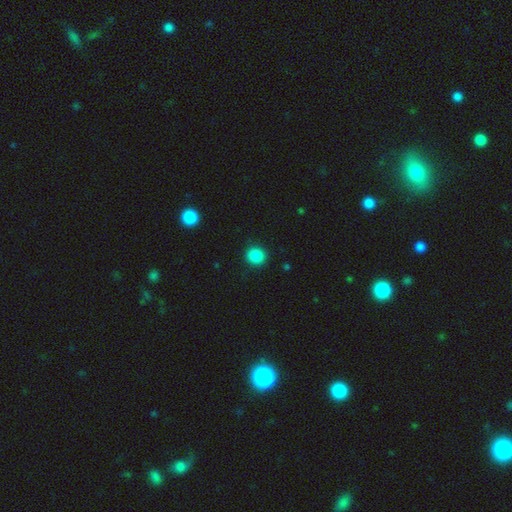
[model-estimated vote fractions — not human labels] The model was most divided on "how rounded": round: 87%, in between: 12%, cigar-shaped: 1%. More confident: merging — none (91%); smooth or featured — smooth (87%).